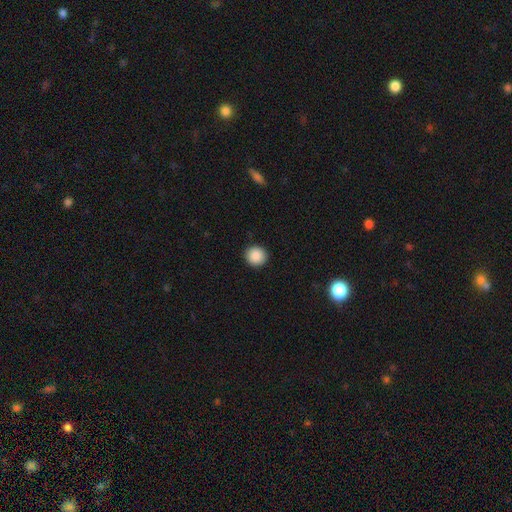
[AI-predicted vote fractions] Smooth or featured: smooth — 89% (star or artifact — 8%)
How rounded: round — 92% (in between — 7%)
Merging: none — 92% (minor disturbance — 5%)